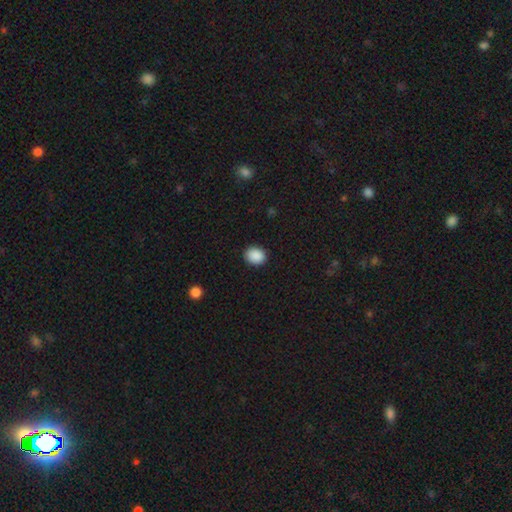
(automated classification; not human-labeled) A smooth galaxy with no disk features (90%) that is round (57%).

Vote fractions:
- Smooth or featured? smooth: 90% / star or artifact: 8% / featured or disk: 2%
- How rounded? round: 57% / in between: 42% / cigar-shaped: 1%
- Merging? none: 90% / minor disturbance: 7% / major disturbance: 2% / merger: 1%